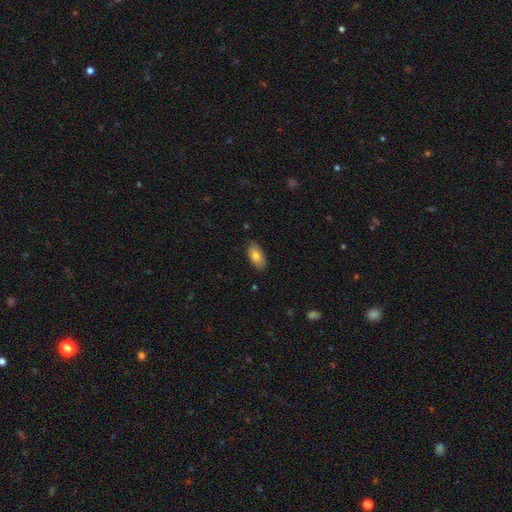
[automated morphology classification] Smooth or featured: smooth — 78% (featured or disk — 16%)
How rounded: in between — 94% (cigar-shaped — 4%)
Merging: none — 83% (minor disturbance — 14%)